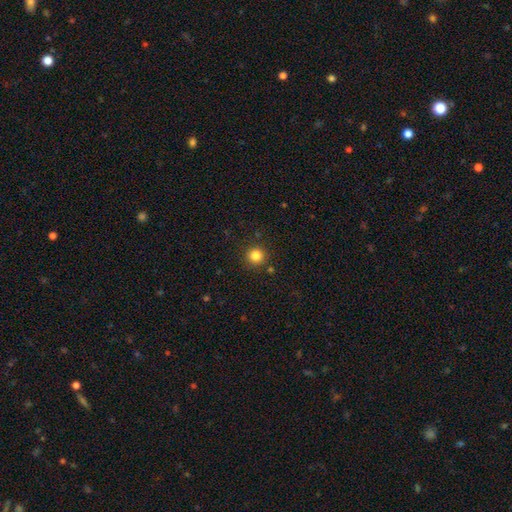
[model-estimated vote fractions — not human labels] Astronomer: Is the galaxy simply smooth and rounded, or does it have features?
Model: smooth — 83%.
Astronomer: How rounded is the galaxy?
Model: round — 95%.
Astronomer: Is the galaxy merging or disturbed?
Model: none — 90%.